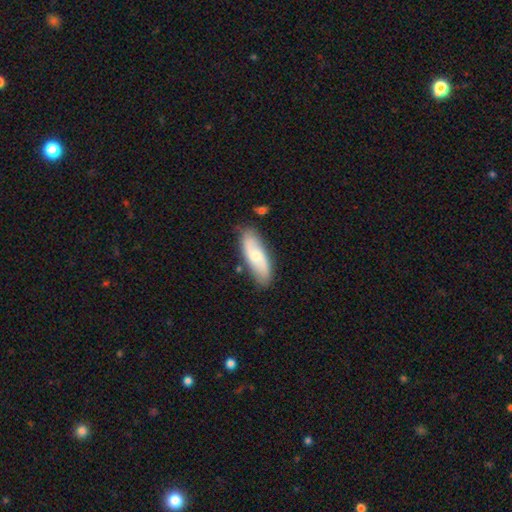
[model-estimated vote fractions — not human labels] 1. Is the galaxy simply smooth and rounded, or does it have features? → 48% smooth, 46% featured or disk, 6% star or artifact.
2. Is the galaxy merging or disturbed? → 77% none, 17% minor disturbance, 3% major disturbance, 3% merger.